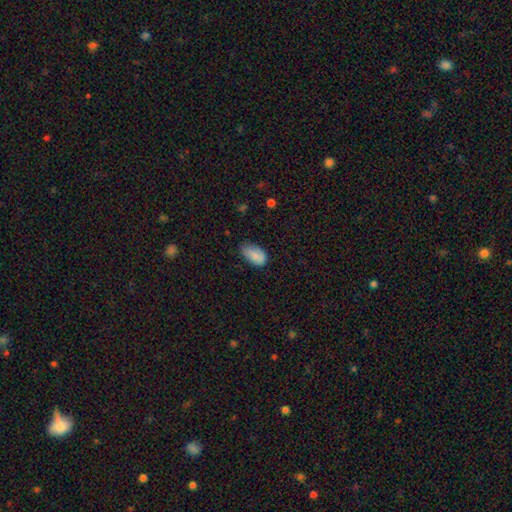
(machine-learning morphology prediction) This appears to be a smooth galaxy with no disk features (81%) that is in between round and cigar-shaped (93%). Merging: none (59%).